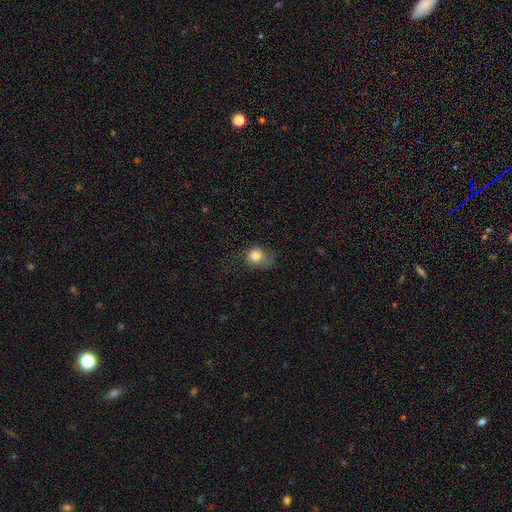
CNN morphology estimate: Smooth or featured? Predicted: smooth (p=0.80). How rounded? Predicted: round (p=0.75). Merging? Predicted: none (p=0.51).